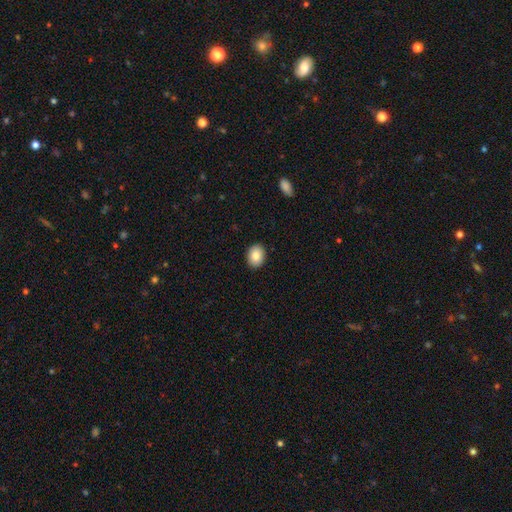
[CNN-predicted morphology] Smooth or featured: smooth — 85% (featured or disk — 8%)
How rounded: in between — 58% (round — 41%)
Merging: none — 91% (minor disturbance — 6%)